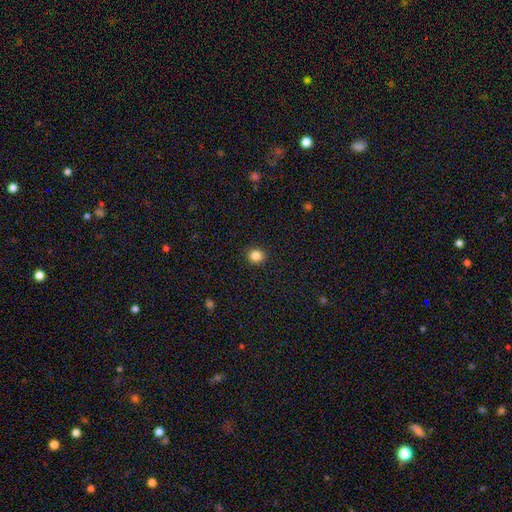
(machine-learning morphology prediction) Overall: smooth (84%). How rounded: round (87%). Merging: none (92%).